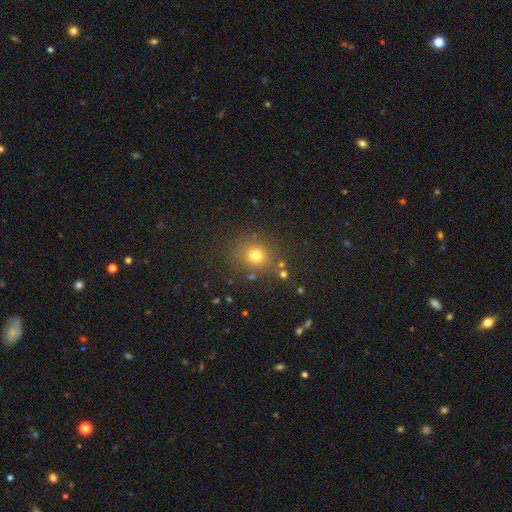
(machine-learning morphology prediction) This appears to be a smooth galaxy with no disk features (73%) that is round (83%). Merging: none (82%).